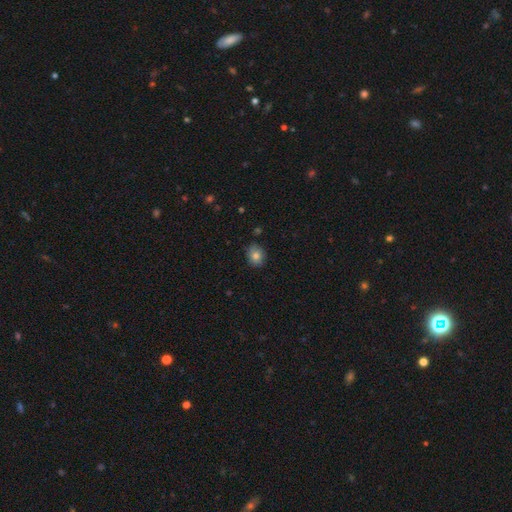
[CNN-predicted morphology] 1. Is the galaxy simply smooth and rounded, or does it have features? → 80% smooth, 10% featured or disk, 10% star or artifact.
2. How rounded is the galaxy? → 59% round, 40% in between, 1% cigar-shaped.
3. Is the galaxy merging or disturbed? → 82% none, 14% minor disturbance, 2% major disturbance, 2% merger.